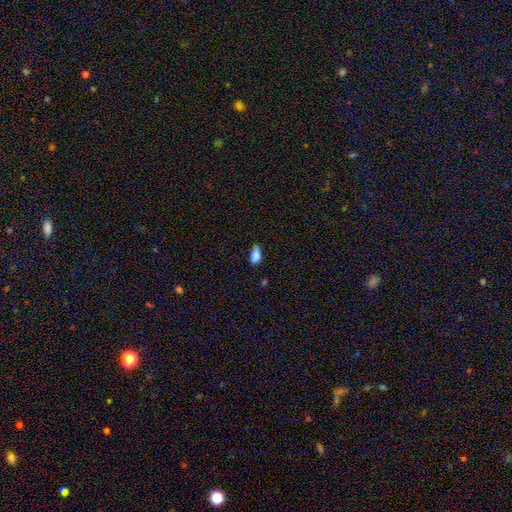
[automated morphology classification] This appears to be a smooth galaxy with no disk features (84%) that is in between round and cigar-shaped (90%). Merging: none (53%).